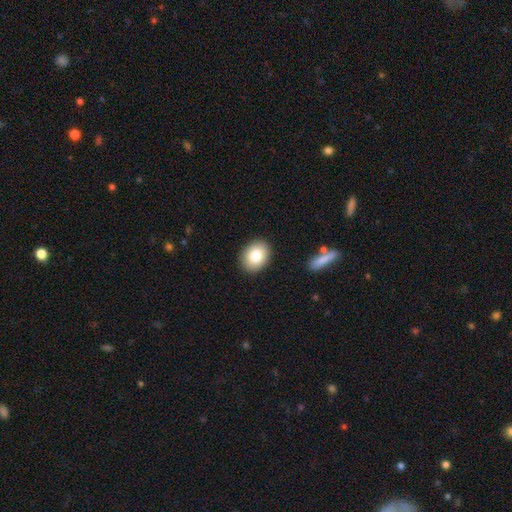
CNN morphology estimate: Smooth or featured? smooth (82%)
How rounded? in between (57%)
Merging? none (89%)